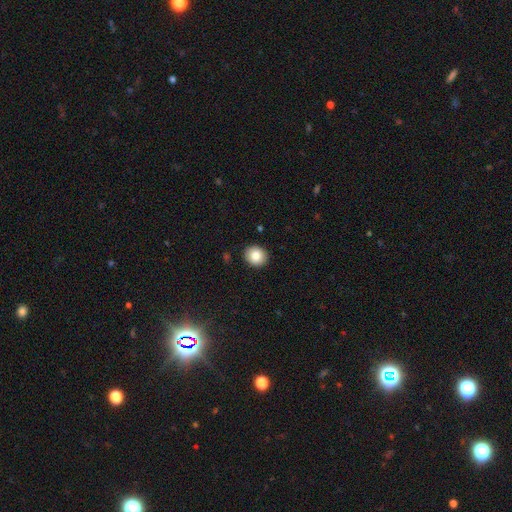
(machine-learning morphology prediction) Smooth or featured?
  - smooth: 85% *
  - star or artifact: 8%
  - featured or disk: 7%
How rounded?
  - round: 77% *
  - in between: 22%
  - cigar-shaped: 1%
Merging?
  - none: 91% *
  - minor disturbance: 6%
  - major disturbance: 2%
  - merger: 1%